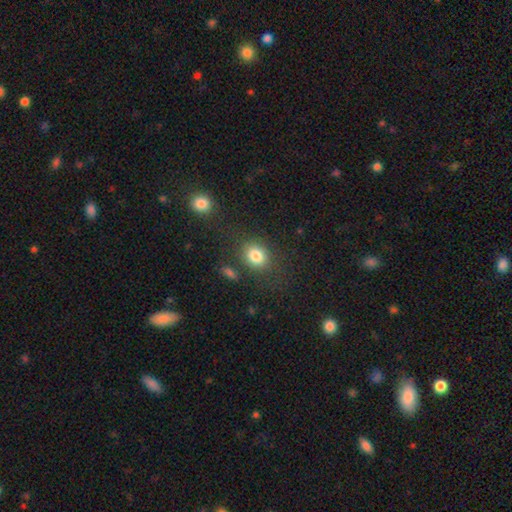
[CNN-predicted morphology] Overall: smooth (83%). How rounded: round (55%; in between 44%). Merging: none (75%).